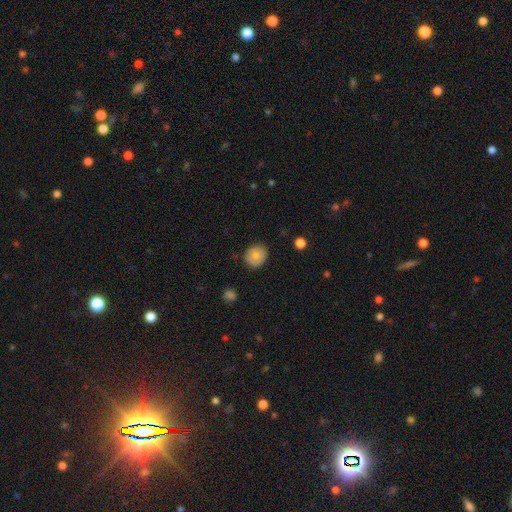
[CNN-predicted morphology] A smooth galaxy with no disk features (78%) that is round (80%).

Vote fractions:
- Smooth or featured? smooth: 78% / featured or disk: 14% / star or artifact: 8%
- How rounded? round: 80% / in between: 19% / cigar-shaped: 1%
- Merging? none: 84% / minor disturbance: 13% / major disturbance: 2% / merger: 1%